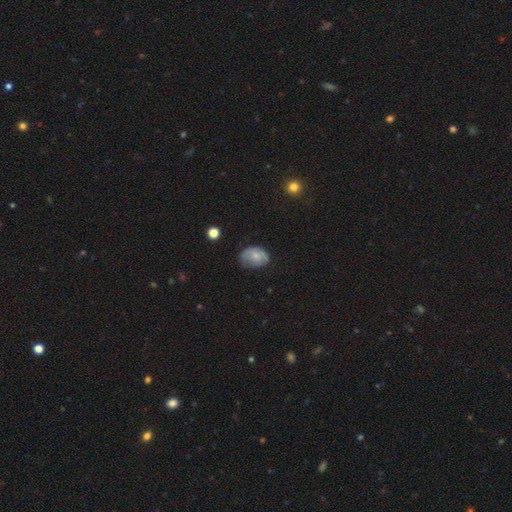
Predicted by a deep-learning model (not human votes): Q: Smooth or featured?
A: smooth (72%); runner-up: featured or disk (19%)
Q: How rounded?
A: in between (77%); runner-up: round (22%)
Q: Merging?
A: none (51%); runner-up: minor disturbance (35%)